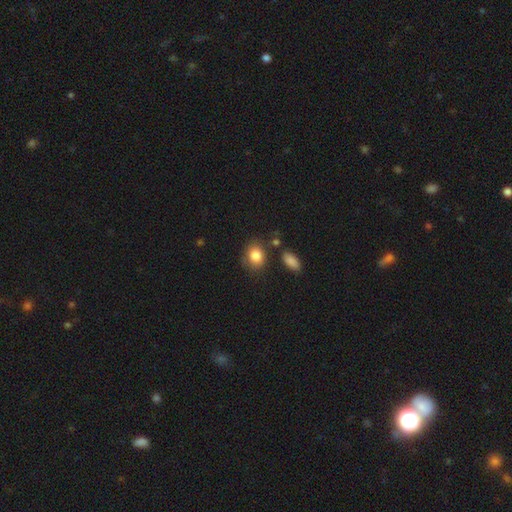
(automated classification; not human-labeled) A smooth galaxy with no disk features (85%) that is in between round and cigar-shaped (51%). Merging: none (73%).